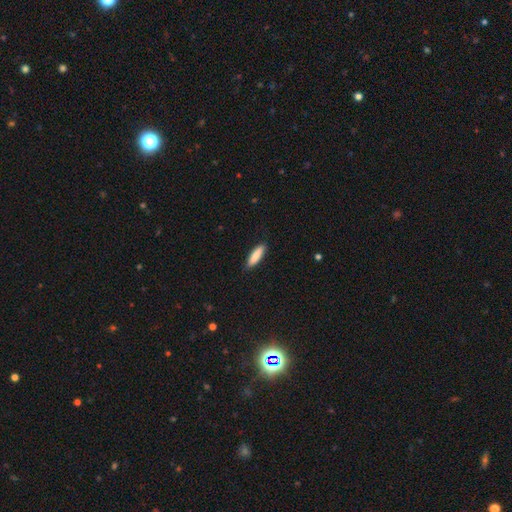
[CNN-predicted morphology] smooth_or_featured: smooth (p=0.86) [alt: featured or disk p=0.08]
how_rounded: cigar-shaped (p=0.66) [alt: in between p=0.33]
merging: none (p=0.86) [alt: minor disturbance p=0.11]